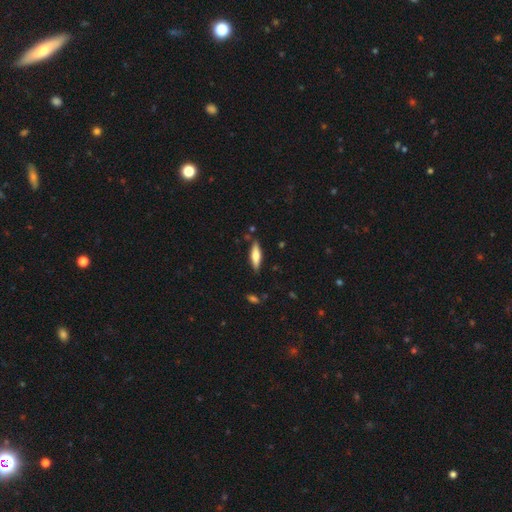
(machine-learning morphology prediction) type=smooth (63%); roundness=cigar-shaped (60%); merging=none (84%).